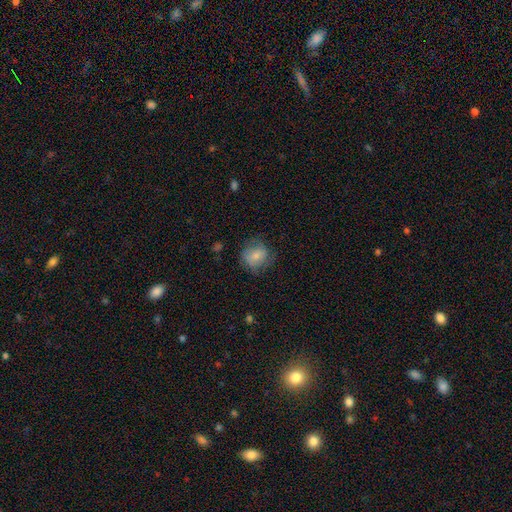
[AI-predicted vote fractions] This appears to be a smooth galaxy with no disk features (72%) that is round (75%). Merging: none (64%).